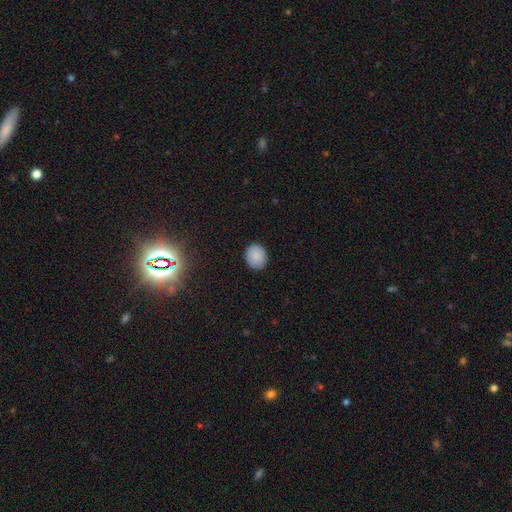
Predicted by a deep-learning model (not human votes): Overall: smooth (88%). How rounded: round (67%; in between 32%). Merging: none (89%).